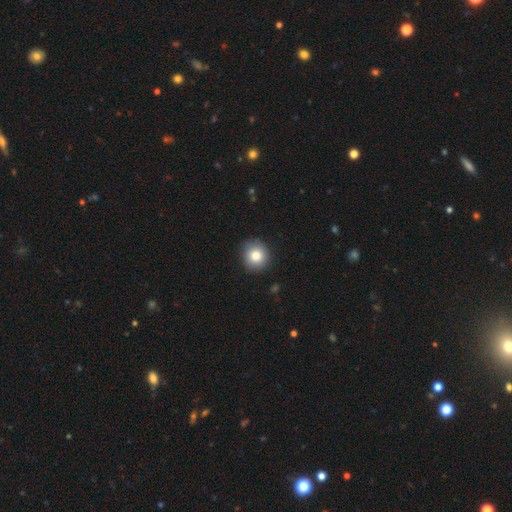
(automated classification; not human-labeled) Overall: smooth (83%). How rounded: round (90%). Merging: none (87%).